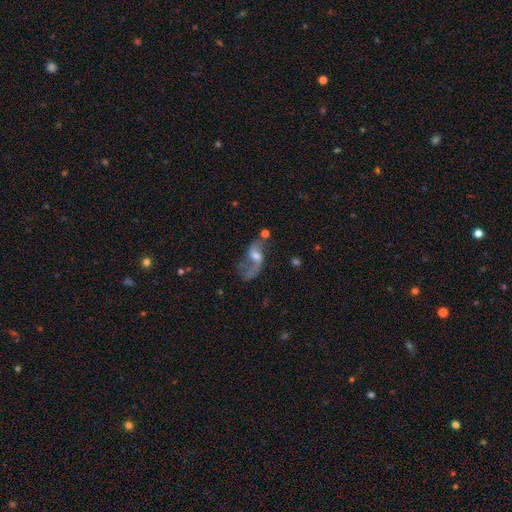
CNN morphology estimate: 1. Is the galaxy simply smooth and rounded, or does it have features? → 76% featured or disk, 15% smooth, 8% star or artifact.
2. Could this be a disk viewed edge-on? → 96% no, 4% yes.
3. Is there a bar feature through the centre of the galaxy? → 47% weak, 38% no, 14% strong.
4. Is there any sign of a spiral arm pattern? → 87% yes, 13% no.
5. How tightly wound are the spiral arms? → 82% loose, 15% medium, 3% tight.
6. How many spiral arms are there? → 81% 2, 13% 1, 4% can't tell, 1% 3, 1% 4, 1% more than 4.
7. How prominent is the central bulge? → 48% moderate, 36% small, 8% none, 7% large, 2% dominant.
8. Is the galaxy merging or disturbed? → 43% none, 28% major disturbance, 19% minor disturbance, 11% merger.